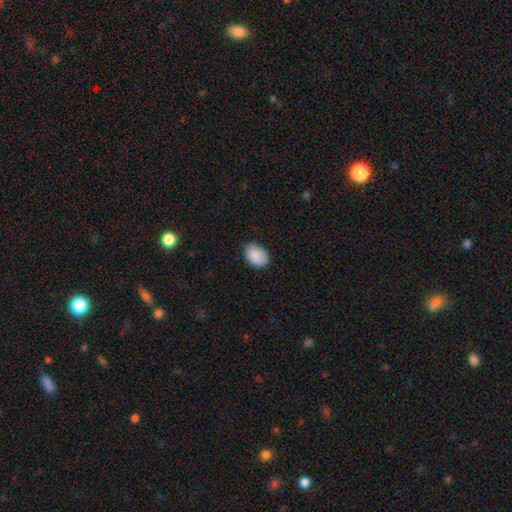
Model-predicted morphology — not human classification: Smooth or featured?
  - smooth: 90% *
  - star or artifact: 7%
  - featured or disk: 3%
How rounded?
  - in between: 78% *
  - round: 21%
  - cigar-shaped: 1%
Merging?
  - none: 80% *
  - minor disturbance: 16%
  - major disturbance: 3%
  - merger: 1%